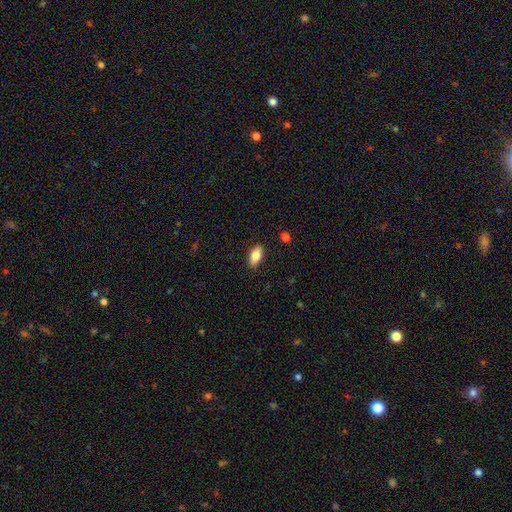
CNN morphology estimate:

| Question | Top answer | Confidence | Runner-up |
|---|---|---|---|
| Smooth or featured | smooth | 84% | featured or disk (8%) |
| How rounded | in between | 91% | cigar-shaped (4%) |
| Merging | none | 88% | minor disturbance (9%) |